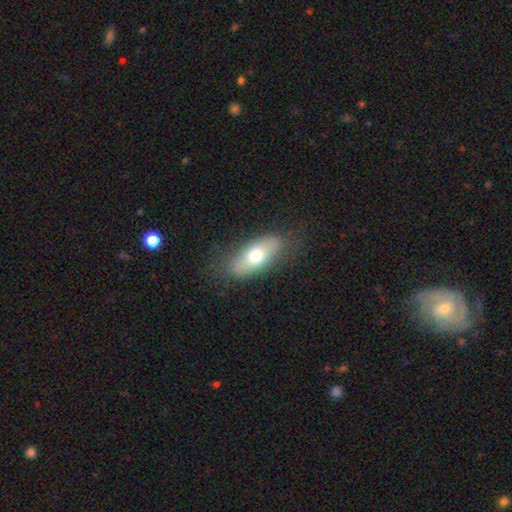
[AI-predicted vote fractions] smooth-or-featured: smooth: 68% | featured or disk: 26% | star or artifact: 6%
  how-rounded: in between: 78% | cigar-shaped: 19% | round: 4%
  merging: none: 79% | minor disturbance: 16% | major disturbance: 5% | merger: 1%